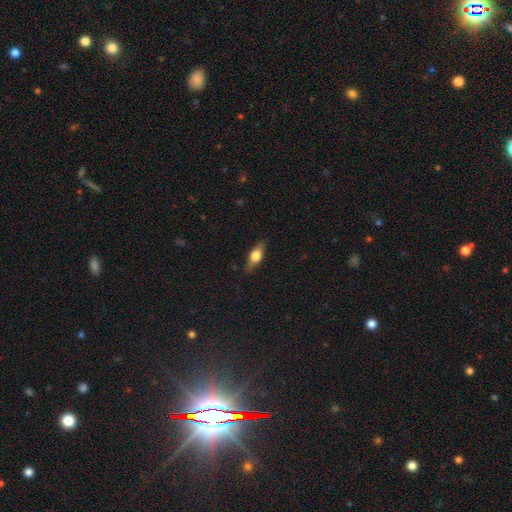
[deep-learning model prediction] Q: Smooth or featured?
A: smooth (58%); runner-up: featured or disk (35%)
Q: How rounded?
A: in between (66%); runner-up: cigar-shaped (29%)
Q: Merging?
A: none (84%); runner-up: minor disturbance (12%)